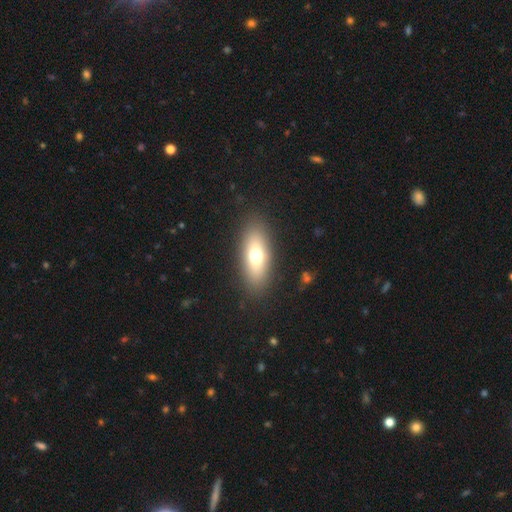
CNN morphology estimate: type=smooth (68%); roundness=in between (76%); merging=none (87%).